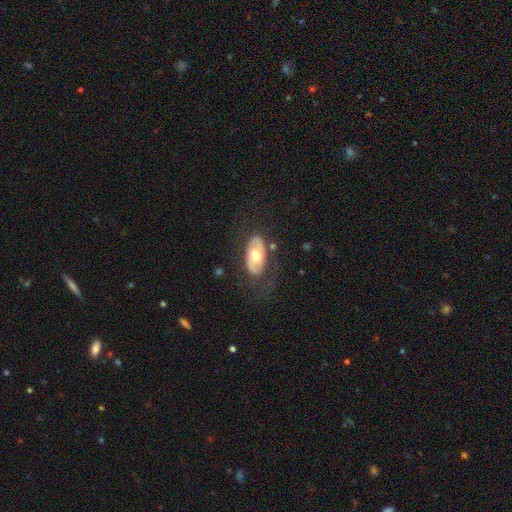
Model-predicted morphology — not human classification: Q: Smooth or featured?
A: smooth (50%); runner-up: featured or disk (45%)
Q: Merging?
A: none (67%); runner-up: minor disturbance (18%)